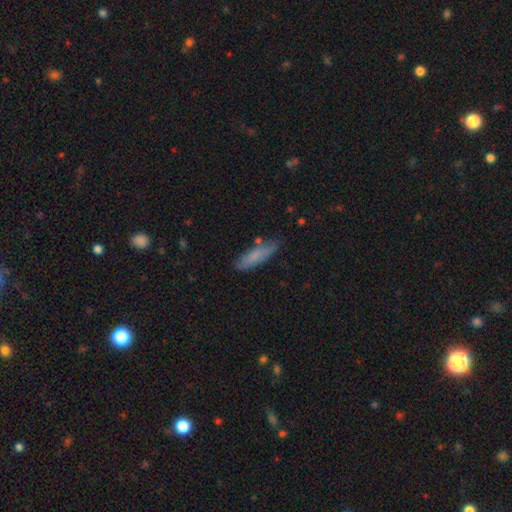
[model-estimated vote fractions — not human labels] Smooth or featured?
  - smooth: 75% *
  - featured or disk: 19%
  - star or artifact: 6%
How rounded?
  - cigar-shaped: 65% *
  - in between: 33%
  - round: 2%
Merging?
  - none: 75% *
  - minor disturbance: 18%
  - merger: 3%
  - major disturbance: 3%